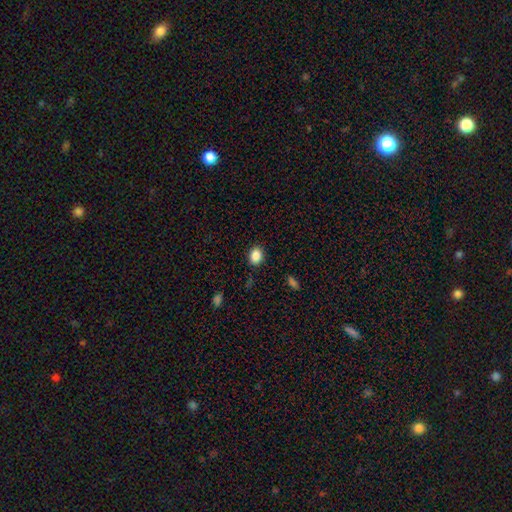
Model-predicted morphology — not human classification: type=smooth (86%); roundness=in between (58%); merging=none (88%).